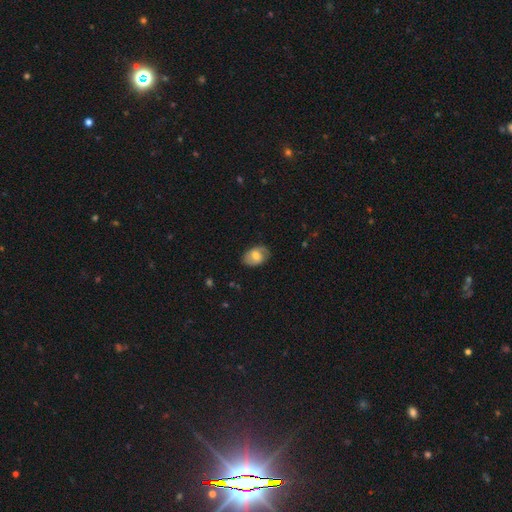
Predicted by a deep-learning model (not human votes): smooth 57%, featured or disk 36%, star or artifact 7%. Down the decision tree: how rounded — in between (79%); merging — none (77%).